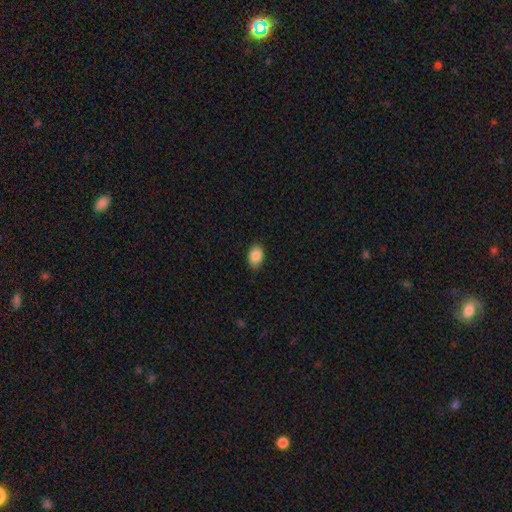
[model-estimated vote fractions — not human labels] Smooth or featured?
  - smooth: 87% *
  - star or artifact: 7%
  - featured or disk: 6%
How rounded?
  - in between: 88% *
  - round: 11%
  - cigar-shaped: 1%
Merging?
  - none: 87% *
  - minor disturbance: 10%
  - major disturbance: 2%
  - merger: 1%